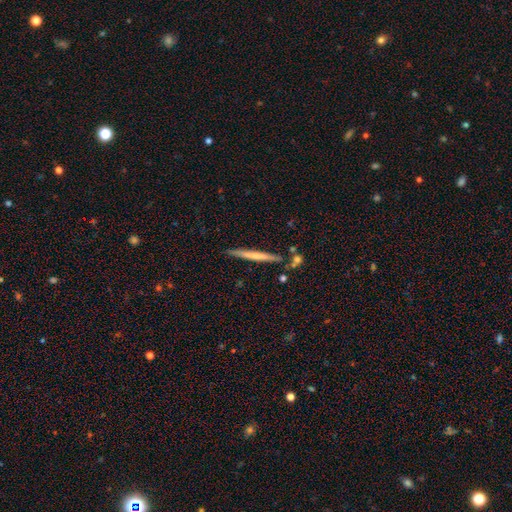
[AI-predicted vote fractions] This appears to be a smooth galaxy with no disk features (48%). Merging: none (83%).